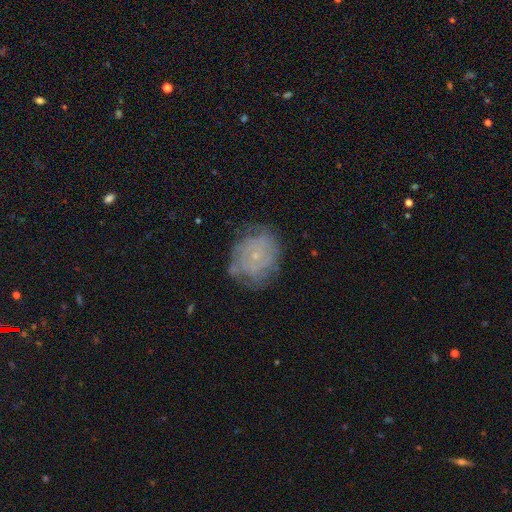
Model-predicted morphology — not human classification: Q: Smooth or featured?
A: featured or disk (62%); runner-up: smooth (28%)
Q: Edge-on disk?
A: no (97%); runner-up: yes (3%)
Q: Bar?
A: no (85%); runner-up: weak (13%)
Q: Spiral arms?
A: yes (75%); runner-up: no (25%)
Q: Bulge size?
A: small (83%); runner-up: moderate (10%)
Q: Merging?
A: none (67%); runner-up: minor disturbance (22%)